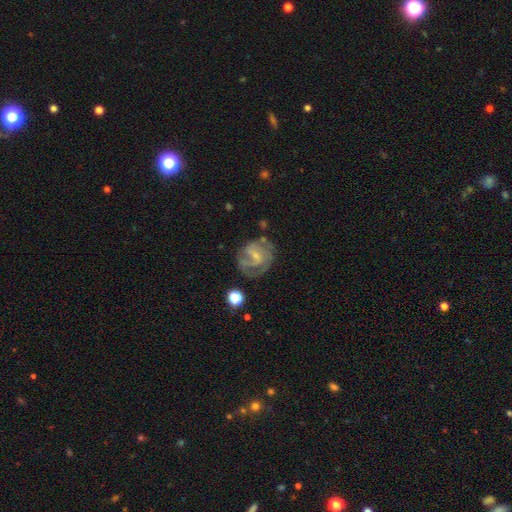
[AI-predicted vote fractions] smooth_or_featured: featured or disk (p=0.71) [alt: smooth p=0.21]
disk_edge_on: no (p=0.98) [alt: yes p=0.02]
bar: weak (p=0.53) [alt: no p=0.30]
has_spiral_arms: yes (p=0.84) [alt: no p=0.16]
spiral_winding: medium (p=0.44) [alt: tight p=0.35]
spiral_arm_count: 2 (p=0.41) [alt: can't tell p=0.26]
bulge_size: small (p=0.59) [alt: none p=0.19]
merging: none (p=0.55) [alt: minor disturbance p=0.21]